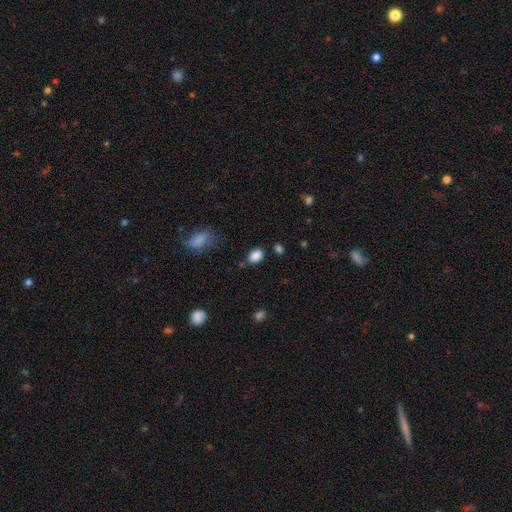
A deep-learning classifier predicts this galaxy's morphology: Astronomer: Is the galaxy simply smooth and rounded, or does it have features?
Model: smooth — 87%.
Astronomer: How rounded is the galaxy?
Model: in between — 81%.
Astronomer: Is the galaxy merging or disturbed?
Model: none — 79%.